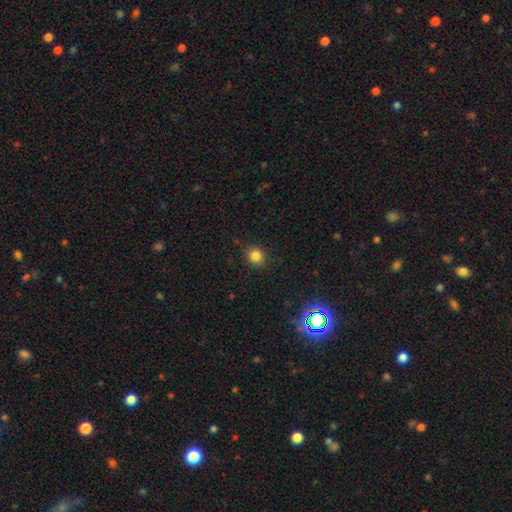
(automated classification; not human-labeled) smooth-or-featured: smooth: 82% | star or artifact: 14% | featured or disk: 5%
  how-rounded: round: 86% | in between: 13% | cigar-shaped: 1%
  merging: none: 89% | minor disturbance: 8% | major disturbance: 2% | merger: 1%